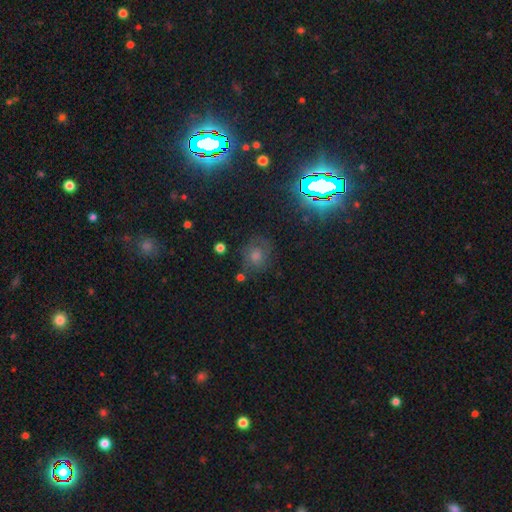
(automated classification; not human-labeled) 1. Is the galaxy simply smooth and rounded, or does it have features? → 47% star or artifact, 33% smooth, 20% featured or disk.